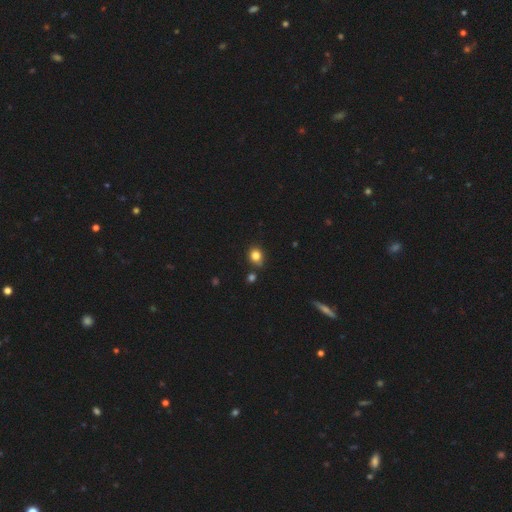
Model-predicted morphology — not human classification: Q: Smooth or featured?
A: smooth (82%); runner-up: star or artifact (12%)
Q: How rounded?
A: round (68%); runner-up: in between (31%)
Q: Merging?
A: none (73%); runner-up: minor disturbance (16%)